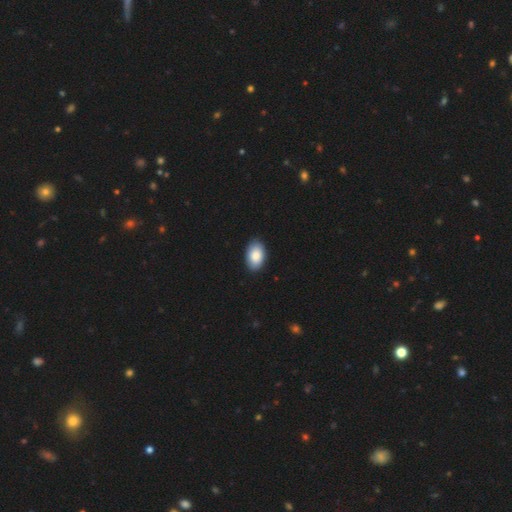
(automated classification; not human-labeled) This is clearly a smooth galaxy (88%). How rounded: clearly in between (93%). Merging: clearly none (89%).